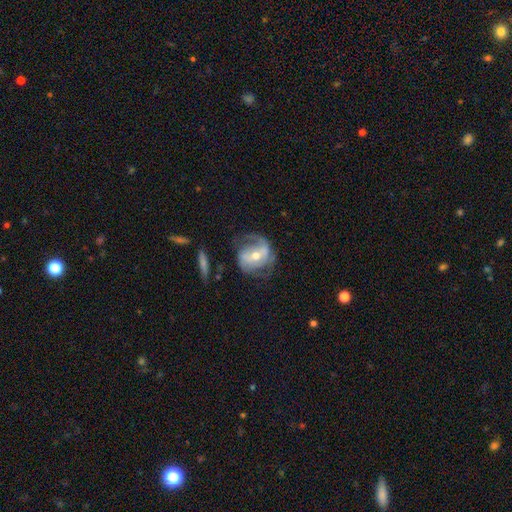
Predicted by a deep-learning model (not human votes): A featured or disk galaxy (79%) with a weak bar (38%), 2 (69%) medium (43%) spiral arms (88%) and a moderate central bulge (61%). Merging: none (58%).